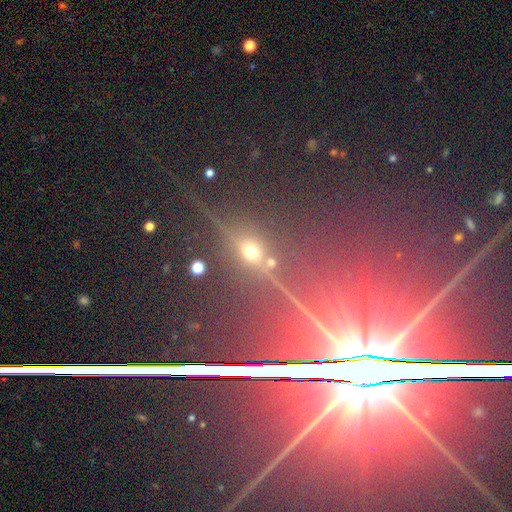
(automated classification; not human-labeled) The model was most divided on "smooth or featured": star or artifact: 72%, smooth: 17%, featured or disk: 11%.